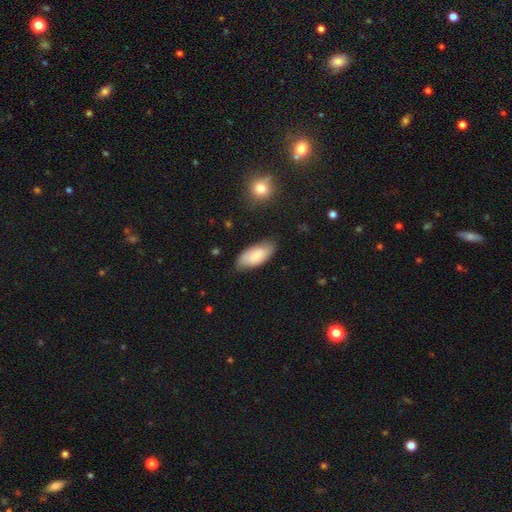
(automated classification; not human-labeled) Morphology: type=smooth (76%); roundness=in between (89%); merging=none (75%).